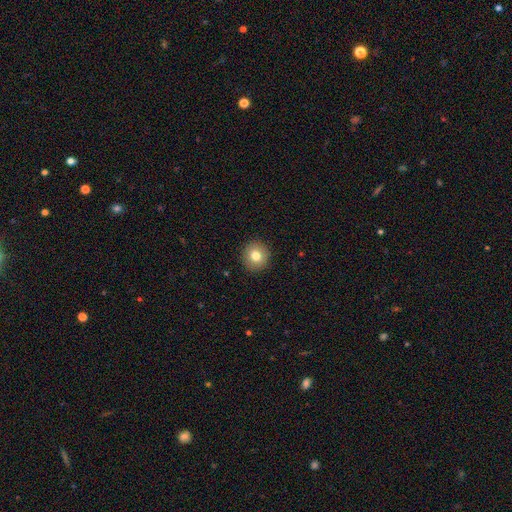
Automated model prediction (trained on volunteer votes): This is likely a smooth galaxy (79%). How rounded: clearly round (92%). Merging: clearly none (92%).